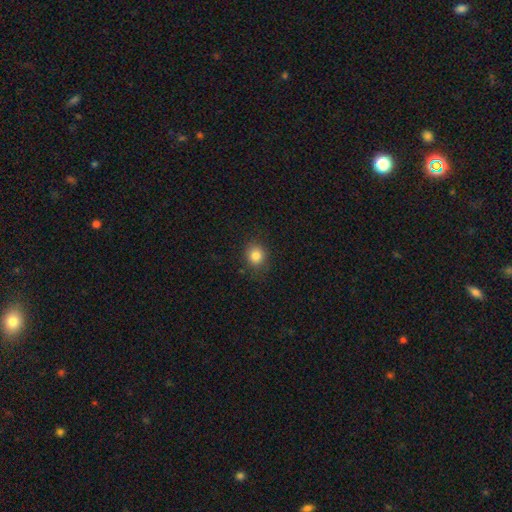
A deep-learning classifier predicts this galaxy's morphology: smooth_or_featured: smooth (p=0.83) [alt: star or artifact p=0.11]
how_rounded: round (p=0.77) [alt: in between p=0.22]
merging: none (p=0.84) [alt: minor disturbance p=0.11]